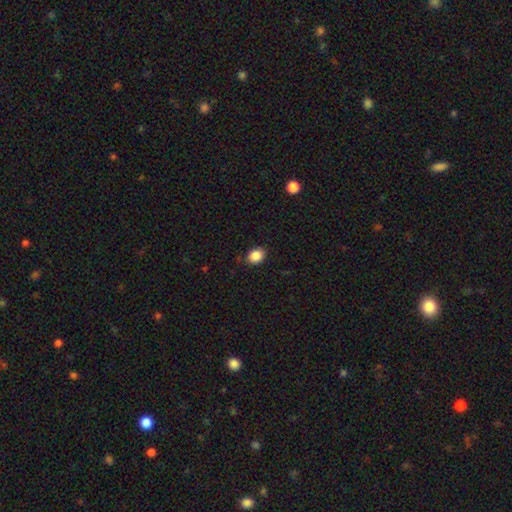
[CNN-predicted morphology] This is clearly a smooth galaxy (87%). How rounded: possibly round (56%). Merging: clearly none (85%).